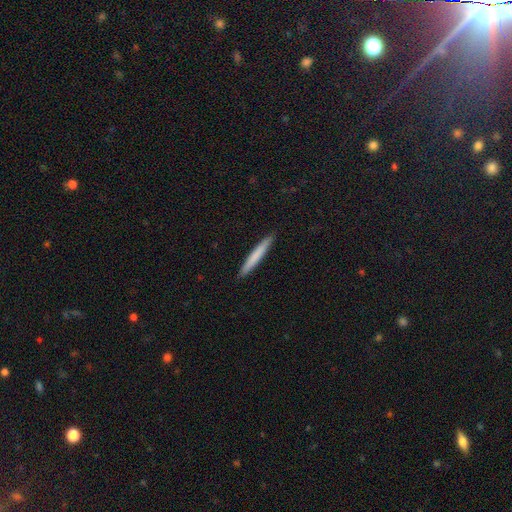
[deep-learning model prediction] Smooth or featured? smooth (73%)
How rounded? cigar-shaped (97%)
Merging? none (92%)